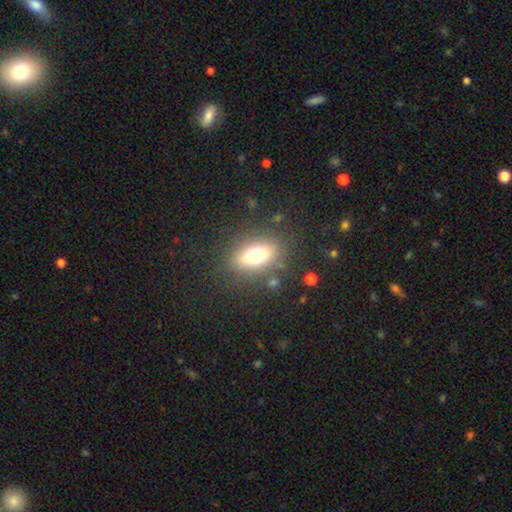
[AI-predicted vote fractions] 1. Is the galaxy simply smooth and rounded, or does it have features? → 69% smooth, 19% featured or disk, 12% star or artifact.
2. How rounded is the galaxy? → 78% in between, 13% round, 9% cigar-shaped.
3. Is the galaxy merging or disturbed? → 81% none, 11% minor disturbance, 5% major disturbance, 3% merger.